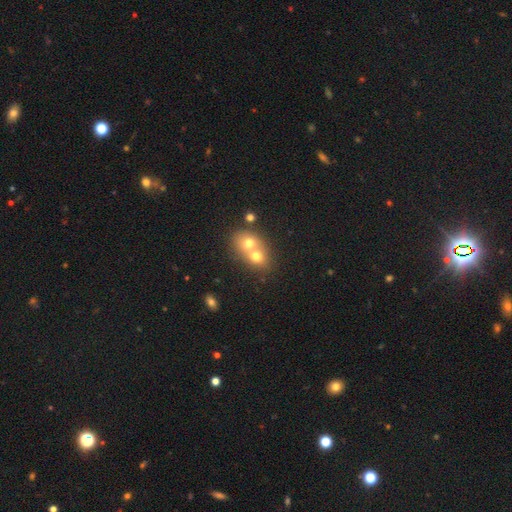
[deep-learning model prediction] Smooth or featured: smooth — 67% (featured or disk — 22%)
How rounded: round — 59% (in between — 40%)
Merging: merger — 72% (none — 21%)